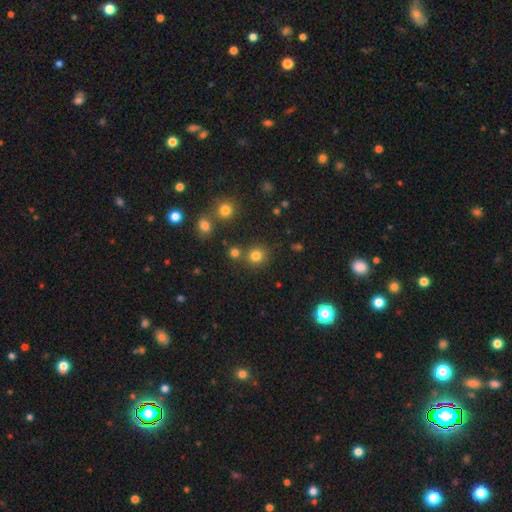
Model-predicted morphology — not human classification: Overall: smooth (79%). How rounded: round (86%). Merging: none (76%).